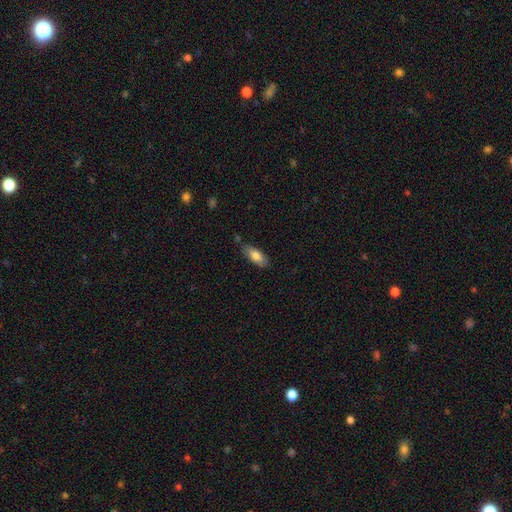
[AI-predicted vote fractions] The model was most divided on "how rounded": in between: 79%, cigar-shaped: 19%, round: 2%. More confident: smooth or featured — smooth (80%); merging — none (77%).